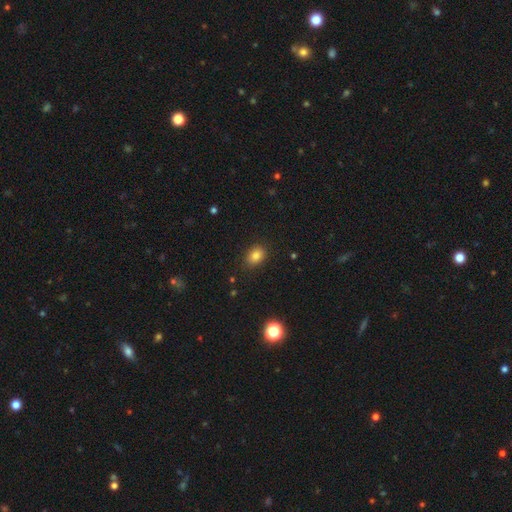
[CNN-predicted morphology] A smooth galaxy with no disk features (83%) that is in between round and cigar-shaped (65%).

Vote fractions:
- Smooth or featured? smooth: 83% / star or artifact: 11% / featured or disk: 6%
- How rounded? in between: 65% / round: 34% / cigar-shaped: 1%
- Merging? none: 87% / minor disturbance: 10% / major disturbance: 3% / merger: 1%